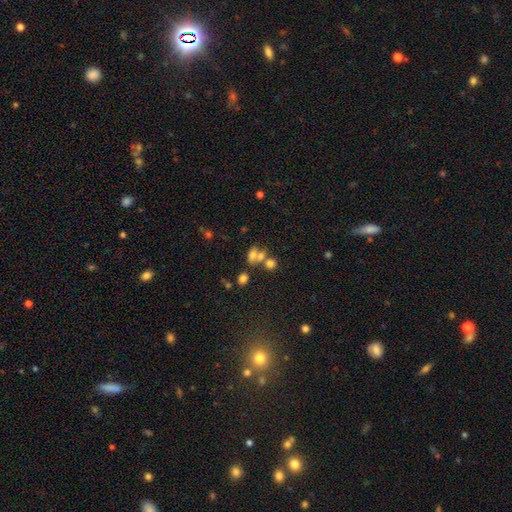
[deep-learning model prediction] This appears to be a smooth galaxy with no disk features (64%) that is in between round and cigar-shaped (64%). Merging: merger (49%).